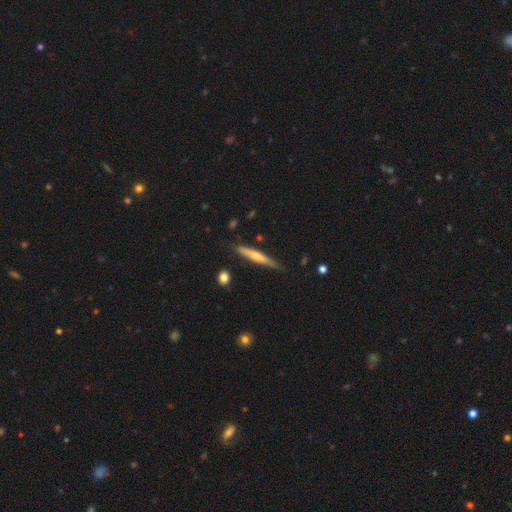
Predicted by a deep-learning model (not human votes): Smooth or featured: featured or disk — 58% (smooth — 36%)
Edge-on disk: yes — 96% (no — 4%)
Edge-on bulge: rounded — 68% (none — 26%)
Merging: none — 85% (minor disturbance — 11%)